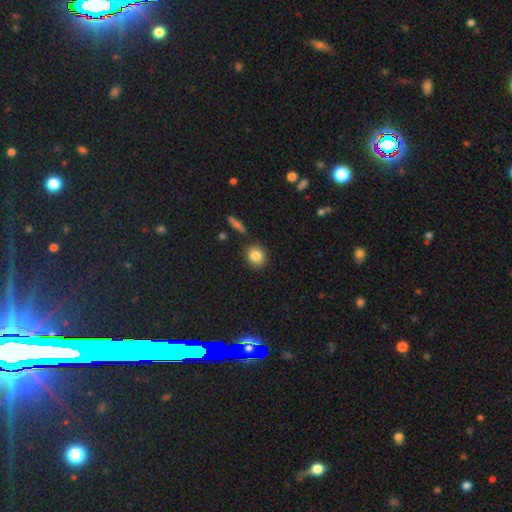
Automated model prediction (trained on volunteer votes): Q: Smooth or featured?
A: smooth (84%); runner-up: star or artifact (9%)
Q: How rounded?
A: round (81%); runner-up: in between (17%)
Q: Merging?
A: none (86%); runner-up: minor disturbance (8%)